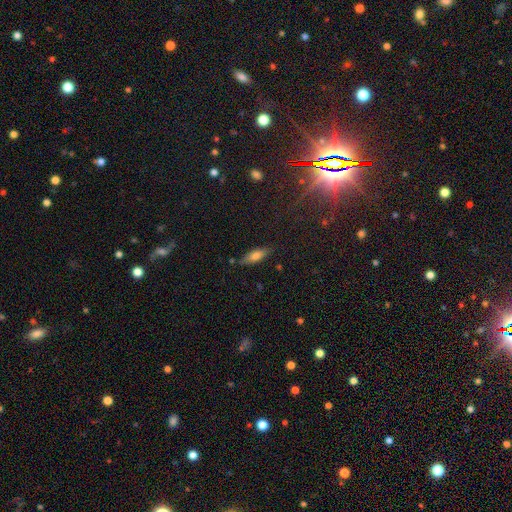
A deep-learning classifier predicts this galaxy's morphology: smooth-or-featured: smooth: 70% | featured or disk: 21% | star or artifact: 9%
  how-rounded: in between: 58% | cigar-shaped: 40% | round: 2%
  merging: none: 80% | minor disturbance: 14% | major disturbance: 3% | merger: 3%